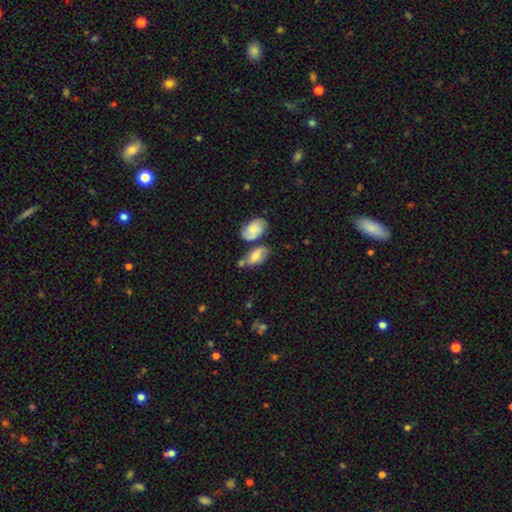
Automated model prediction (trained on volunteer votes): This is likely a smooth galaxy (64%). How rounded: clearly in between (90%). Merging: marginally none (42%).